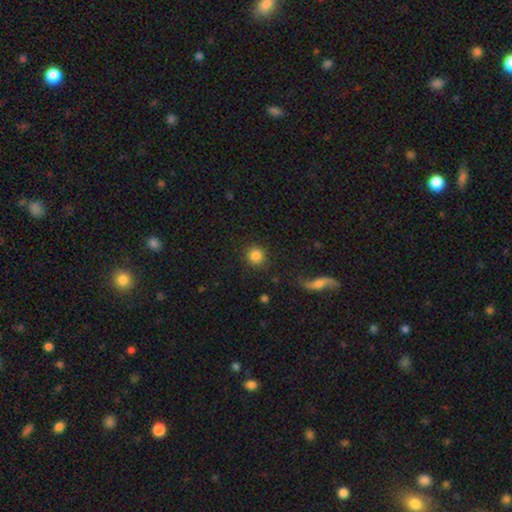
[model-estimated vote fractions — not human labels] Morphology: type=smooth (84%); roundness=round (92%); merging=none (86%).